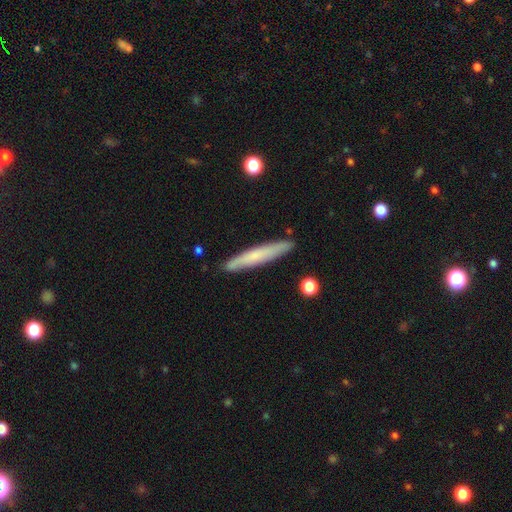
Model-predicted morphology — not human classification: Smooth or featured?
  - smooth: 60% *
  - featured or disk: 34%
  - star or artifact: 6%
How rounded?
  - cigar-shaped: 95% *
  - in between: 4%
  - round: 1%
Merging?
  - none: 88% *
  - minor disturbance: 9%
  - merger: 2%
  - major disturbance: 2%